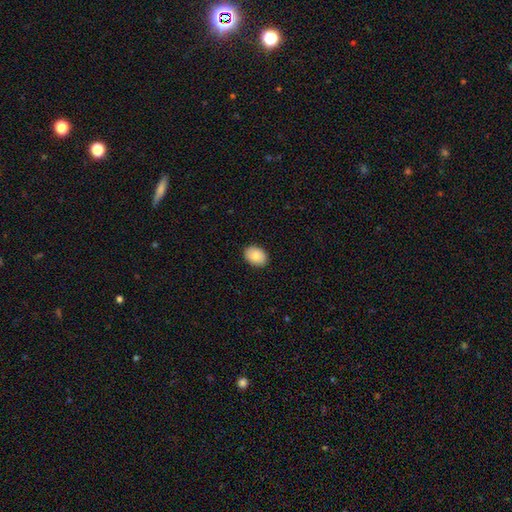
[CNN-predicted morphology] A smooth galaxy with no disk features (83%) that is in between round and cigar-shaped (77%).

Vote fractions:
- Smooth or featured? smooth: 83% / featured or disk: 11% / star or artifact: 7%
- How rounded? in between: 77% / round: 22% / cigar-shaped: 1%
- Merging? none: 90% / minor disturbance: 8% / major disturbance: 2% / merger: 1%